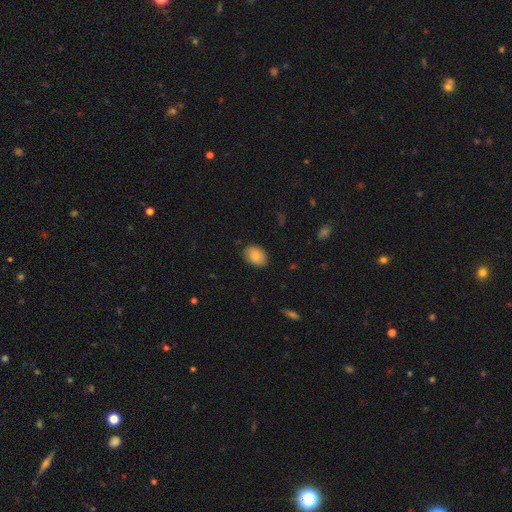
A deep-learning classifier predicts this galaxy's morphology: Overall: smooth (86%). How rounded: in between (78%). Merging: none (83%).